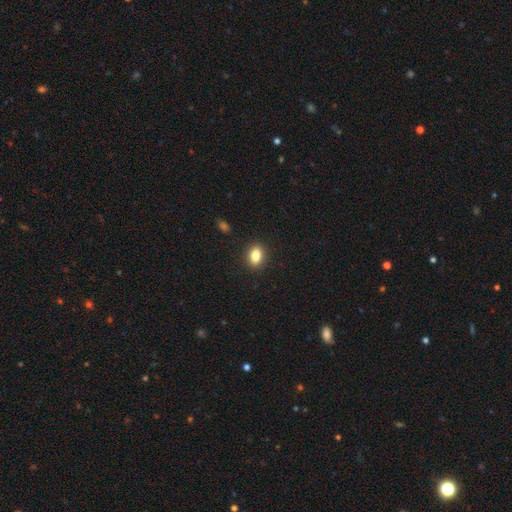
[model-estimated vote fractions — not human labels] A smooth galaxy with no disk features (83%) that is in between round and cigar-shaped (76%). Merging: none (90%).